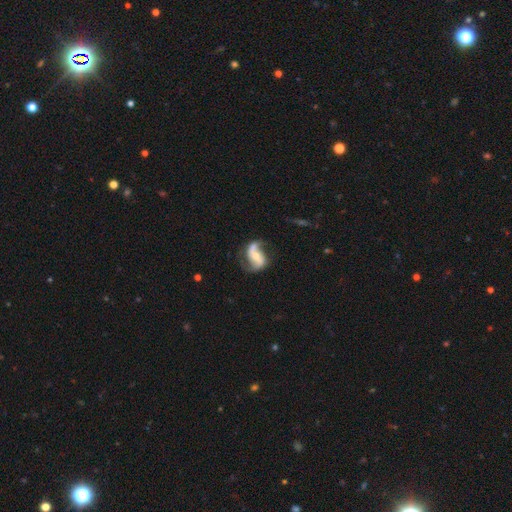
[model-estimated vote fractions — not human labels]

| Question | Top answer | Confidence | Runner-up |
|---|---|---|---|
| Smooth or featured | featured or disk | 85% | smooth (10%) |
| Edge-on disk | no | 97% | yes (3%) |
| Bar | no | 39% | weak (33%) |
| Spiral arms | yes | 95% | no (5%) |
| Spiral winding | loose | 54% | medium (36%) |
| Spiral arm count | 2 | 90% | 1 (4%) |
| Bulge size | moderate | 52% | small (41%) |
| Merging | none | 65% | minor disturbance (19%) |